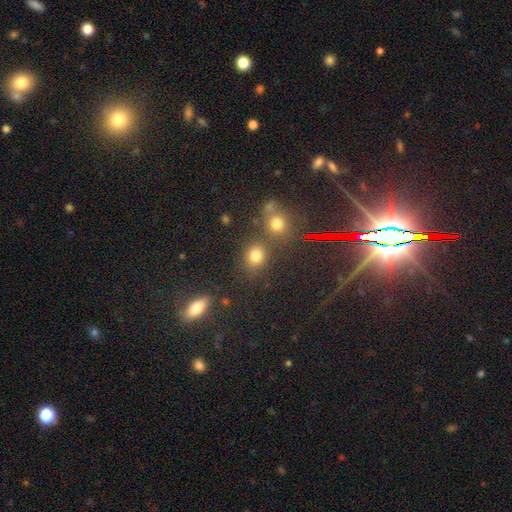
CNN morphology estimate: smooth-or-featured: smooth: 75% | star or artifact: 19% | featured or disk: 6%
  how-rounded: round: 71% | in between: 28% | cigar-shaped: 2%
  merging: none: 68% | merger: 17% | minor disturbance: 10% | major disturbance: 5%